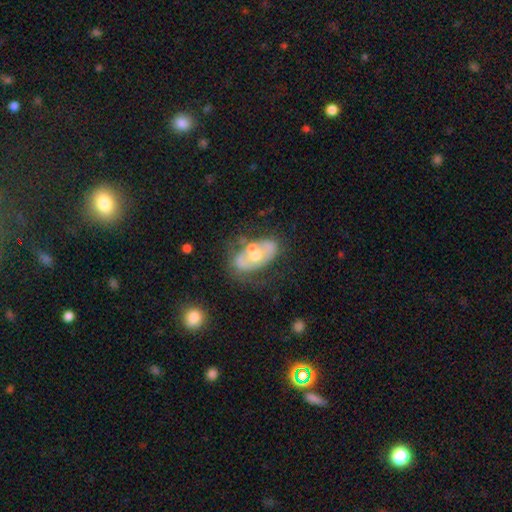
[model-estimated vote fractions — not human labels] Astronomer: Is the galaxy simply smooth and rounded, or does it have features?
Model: featured or disk — 60%.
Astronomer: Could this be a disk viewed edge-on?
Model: no — 94%.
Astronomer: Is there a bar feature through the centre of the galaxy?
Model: no — 81%.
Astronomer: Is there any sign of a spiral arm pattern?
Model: no — 75%.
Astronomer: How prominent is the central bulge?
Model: moderate — 66%.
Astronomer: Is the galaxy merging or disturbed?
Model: none — 42% (runner-up: merger, 24%).